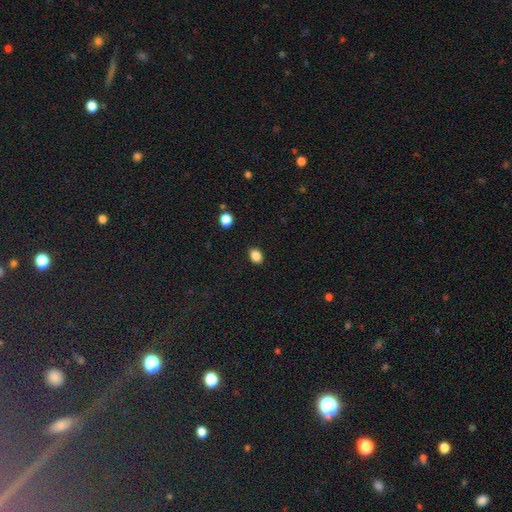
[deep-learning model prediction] A smooth galaxy with no disk features (86%) that is in between round and cigar-shaped (68%). Merging: none (88%).